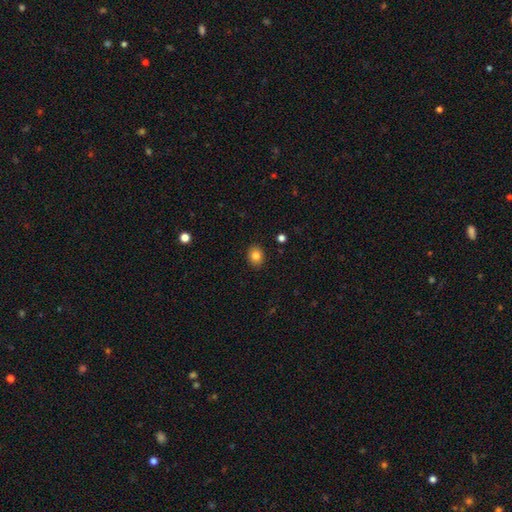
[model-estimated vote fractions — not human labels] Smooth or featured: smooth — 83% (star or artifact — 10%)
How rounded: round — 54% (in between — 45%)
Merging: none — 90% (minor disturbance — 7%)